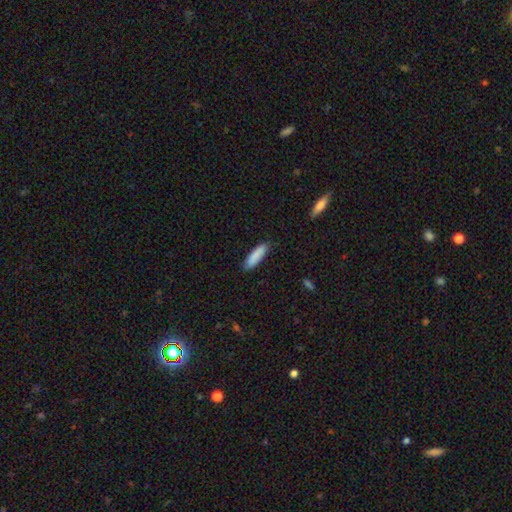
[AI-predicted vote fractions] Morphology: type=smooth (88%); roundness=cigar-shaped (54%); merging=none (83%).